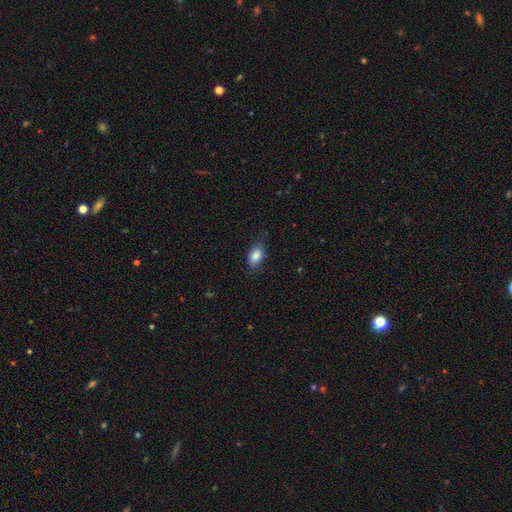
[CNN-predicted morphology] smooth_or_featured: smooth (p=0.85) [alt: star or artifact p=0.08]
how_rounded: in between (p=0.82) [alt: round p=0.15]
merging: none (p=0.76) [alt: minor disturbance p=0.19]